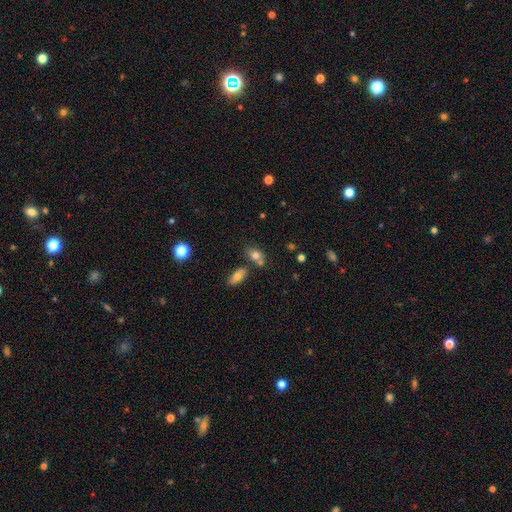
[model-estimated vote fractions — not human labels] Smooth or featured?
  - smooth: 76% *
  - featured or disk: 12%
  - star or artifact: 11%
How rounded?
  - in between: 72% *
  - round: 25%
  - cigar-shaped: 3%
Merging?
  - none: 52% *
  - merger: 30%
  - minor disturbance: 14%
  - major disturbance: 4%